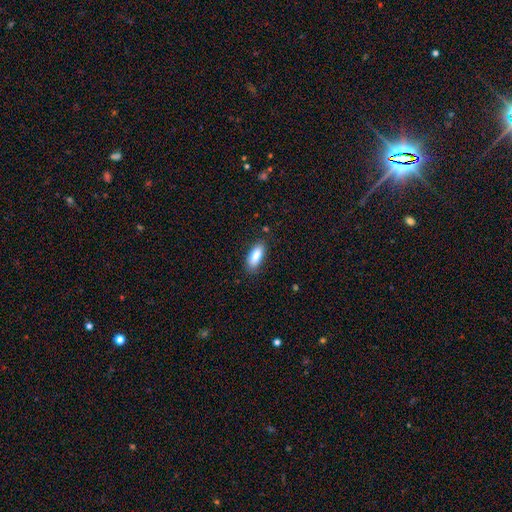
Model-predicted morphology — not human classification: type=smooth (84%); roundness=in between (83%); merging=none (85%).